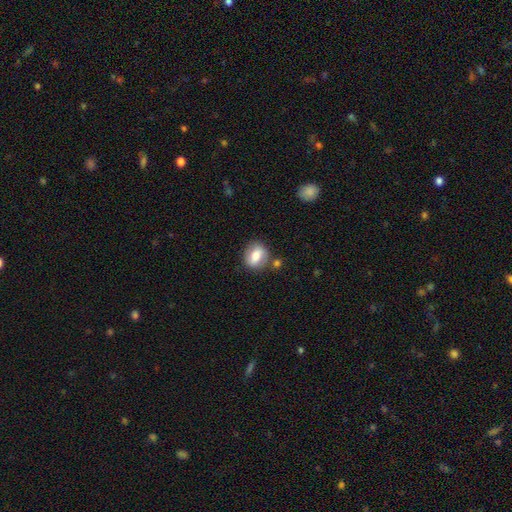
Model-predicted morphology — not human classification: Q: Smooth or featured?
A: smooth (66%); runner-up: featured or disk (26%)
Q: How rounded?
A: round (61%); runner-up: in between (38%)
Q: Merging?
A: none (73%); runner-up: minor disturbance (14%)